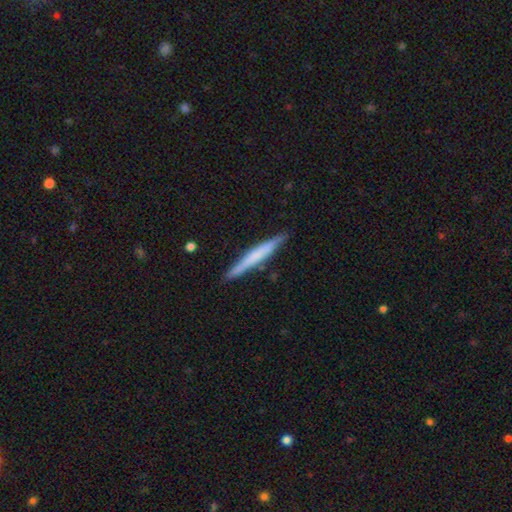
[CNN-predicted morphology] A smooth galaxy with no disk features (48%).

Vote fractions:
- Smooth or featured? smooth: 48% / featured or disk: 46% / star or artifact: 6%
- Merging? none: 88% / minor disturbance: 9% / major disturbance: 2% / merger: 2%